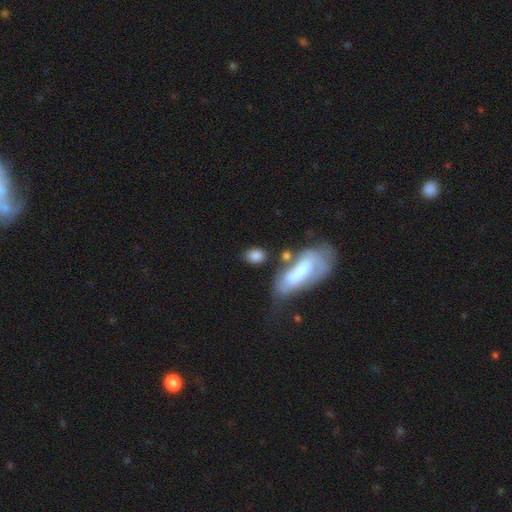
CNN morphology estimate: This is likely a smooth galaxy (80%). How rounded: likely in between (66%). Merging: likely none (60%).